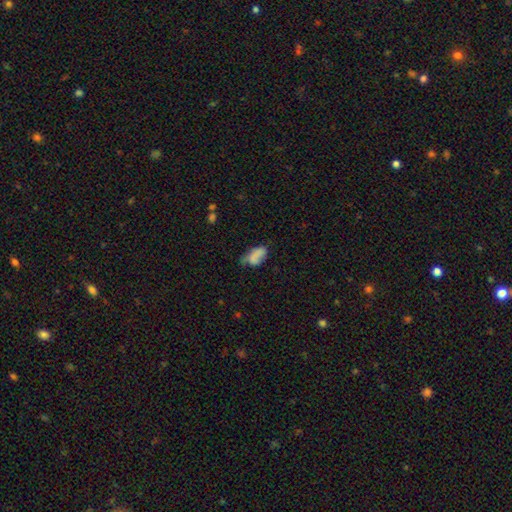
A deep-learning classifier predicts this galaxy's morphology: smooth 72%, featured or disk 18%, star or artifact 10%. Down the decision tree: how rounded — in between (91%); merging — minor disturbance (38%).